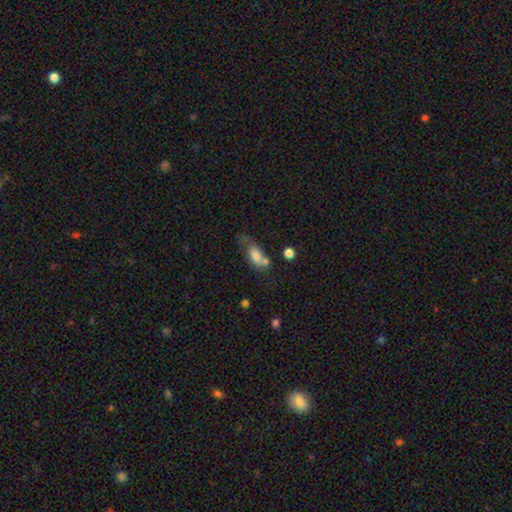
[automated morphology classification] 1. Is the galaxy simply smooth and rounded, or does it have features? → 72% smooth, 19% featured or disk, 9% star or artifact.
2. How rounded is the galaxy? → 82% in between, 12% cigar-shaped, 7% round.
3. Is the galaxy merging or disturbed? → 30% none, 25% minor disturbance, 24% merger, 22% major disturbance.